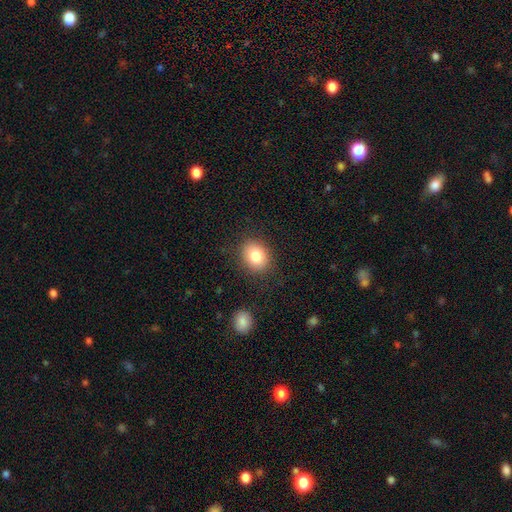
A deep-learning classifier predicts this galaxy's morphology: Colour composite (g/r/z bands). It shows a smooth galaxy with no disk features (81%) that is round (56%). Merging: none (85%).